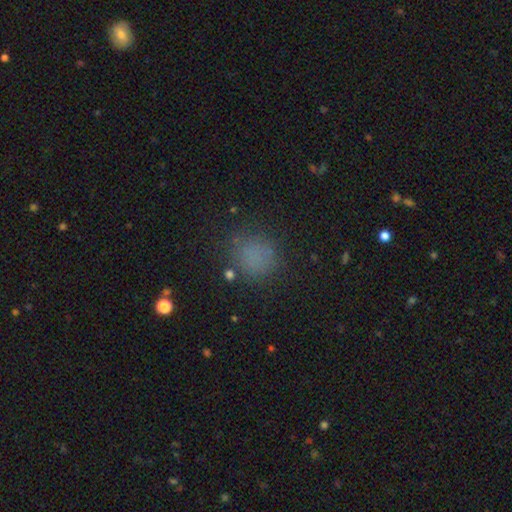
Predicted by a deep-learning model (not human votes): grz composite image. It shows a smooth galaxy with no disk features (72%) that is round (86%). Merging: none (78%).